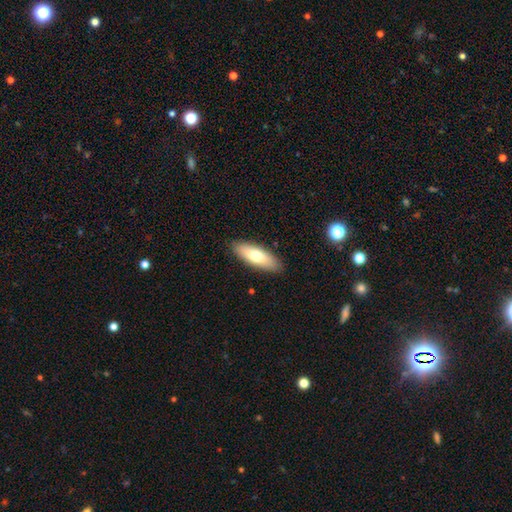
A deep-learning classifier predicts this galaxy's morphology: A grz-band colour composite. It shows a smooth galaxy with no disk features (73%) that is in between round and cigar-shaped (63%). Merging: none (89%).